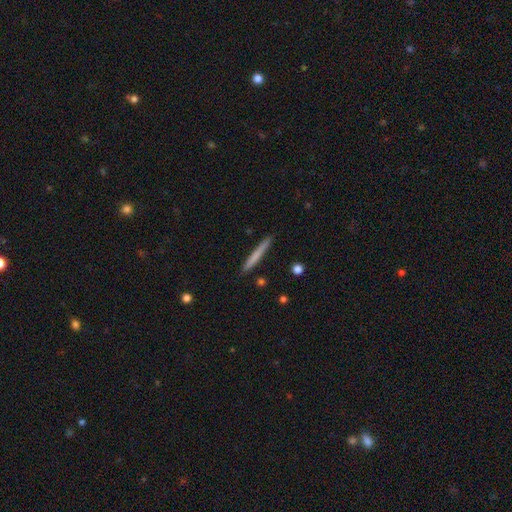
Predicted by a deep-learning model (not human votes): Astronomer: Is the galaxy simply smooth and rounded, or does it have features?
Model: smooth — 66%.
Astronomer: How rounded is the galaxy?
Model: cigar-shaped — 97%.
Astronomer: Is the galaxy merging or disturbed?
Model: none — 90%.